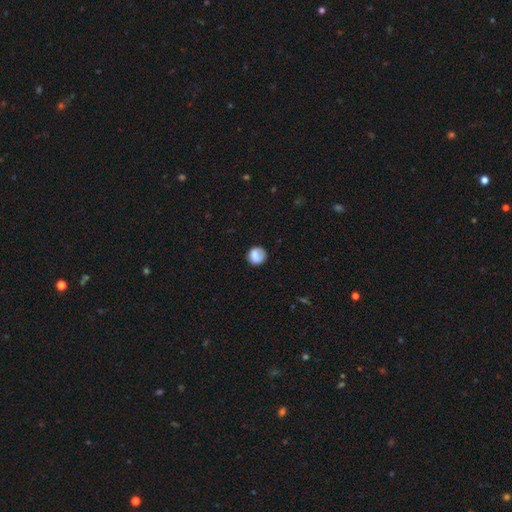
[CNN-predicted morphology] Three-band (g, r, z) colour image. It shows a smooth galaxy with no disk features (81%) that is round (88%). Merging: none (76%).